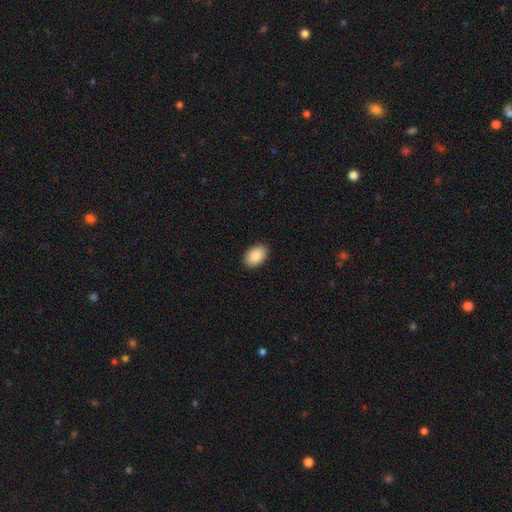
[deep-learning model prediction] smooth 89%, star or artifact 7%, featured or disk 4%. Down the decision tree: how rounded — in between (89%); merging — none (90%).